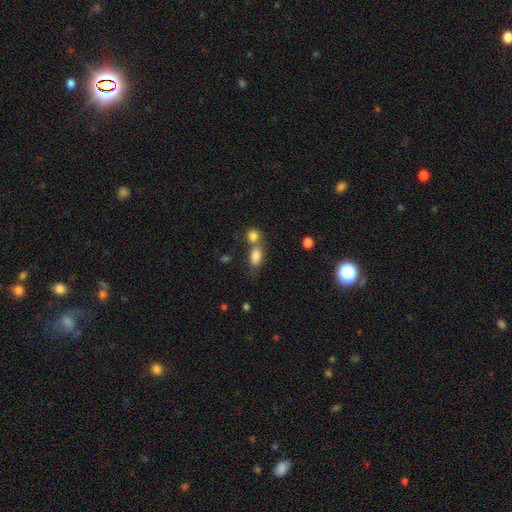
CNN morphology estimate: This is clearly a smooth galaxy (84%). How rounded: clearly in between (84%). Merging: marginally merger (44%).